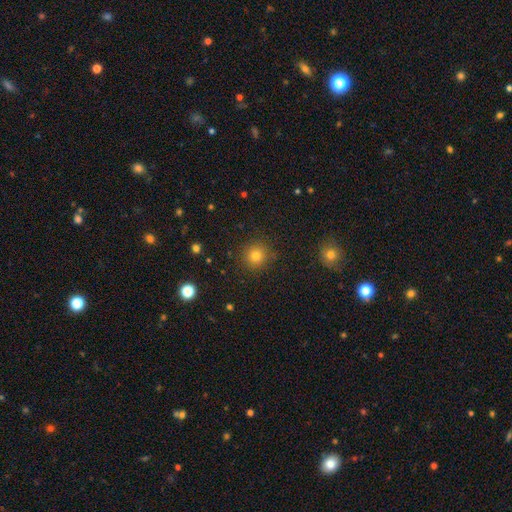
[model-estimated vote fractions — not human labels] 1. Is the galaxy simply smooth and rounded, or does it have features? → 79% smooth, 15% star or artifact, 6% featured or disk.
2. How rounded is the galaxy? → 93% round, 6% in between, 1% cigar-shaped.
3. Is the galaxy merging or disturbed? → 89% none, 7% minor disturbance, 2% major disturbance, 2% merger.